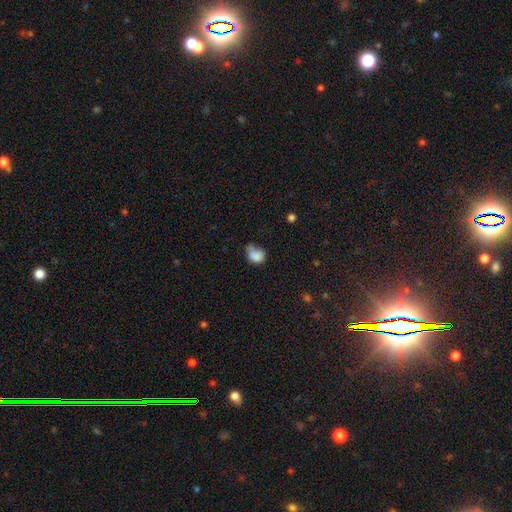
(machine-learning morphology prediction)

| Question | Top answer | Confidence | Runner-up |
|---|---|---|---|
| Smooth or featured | smooth | 79% | featured or disk (11%) |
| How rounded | in between | 56% | round (43%) |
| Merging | minor disturbance | 35% | none (30%) |